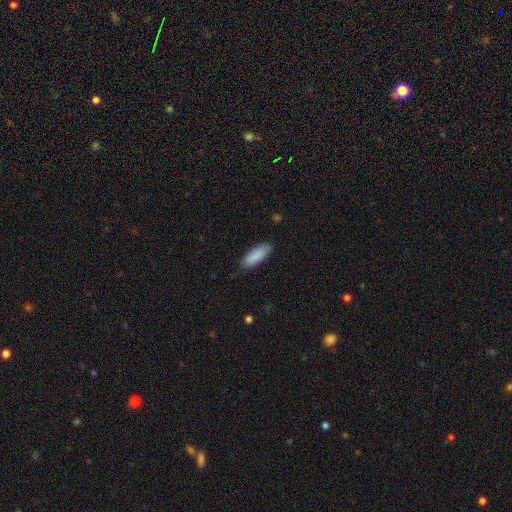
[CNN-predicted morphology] smooth-or-featured: smooth: 89% | star or artifact: 6% | featured or disk: 6%
  how-rounded: in between: 74% | cigar-shaped: 24% | round: 2%
  merging: none: 84% | minor disturbance: 13% | major disturbance: 2% | merger: 1%